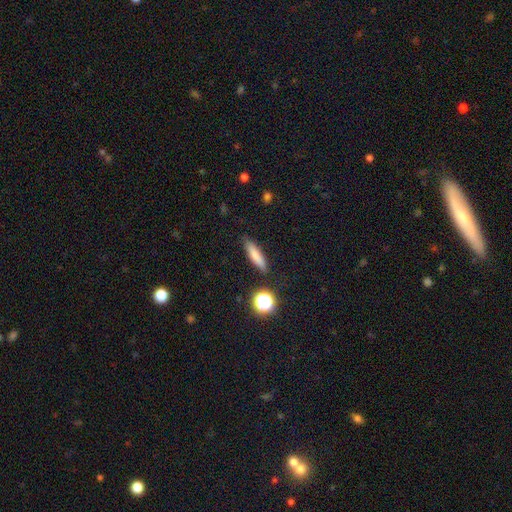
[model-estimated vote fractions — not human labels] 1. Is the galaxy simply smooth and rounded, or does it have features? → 76% smooth, 13% featured or disk, 10% star or artifact.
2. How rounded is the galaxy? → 76% cigar-shaped, 20% in between, 4% round.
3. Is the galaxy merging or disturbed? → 85% none, 10% minor disturbance, 3% major disturbance, 2% merger.